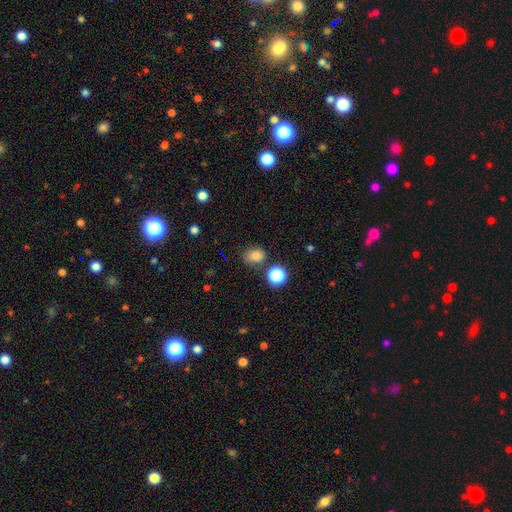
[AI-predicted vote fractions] Smooth or featured?
  - smooth: 78% *
  - star or artifact: 15%
  - featured or disk: 7%
How rounded?
  - round: 56% *
  - in between: 43%
  - cigar-shaped: 1%
Merging?
  - none: 67% *
  - minor disturbance: 20%
  - merger: 7%
  - major disturbance: 6%